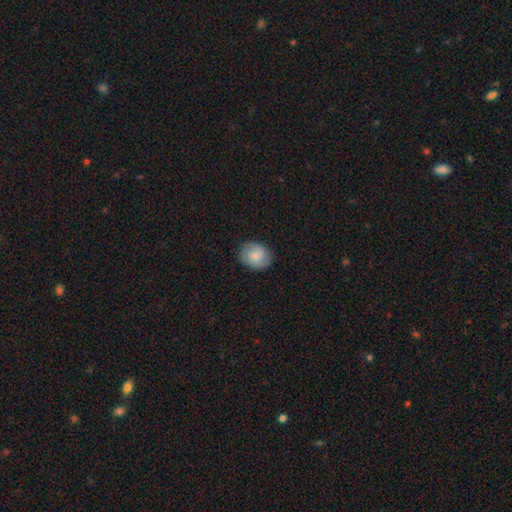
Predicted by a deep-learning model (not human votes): This is possibly a smooth galaxy (60%). How rounded: possibly round (53%). Merging: clearly none (83%).